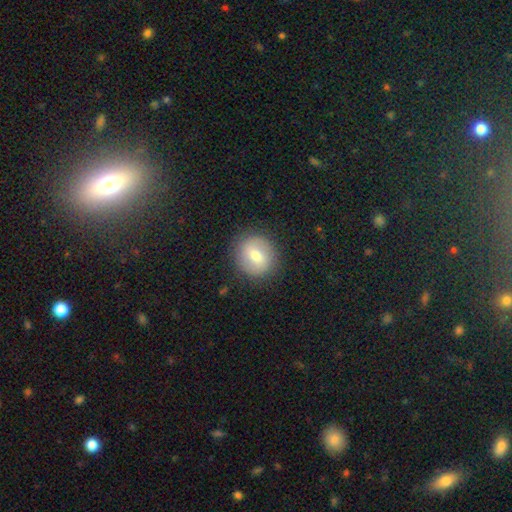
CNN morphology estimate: smooth_or_featured: smooth (p=0.63) [alt: featured or disk p=0.29]
how_rounded: round (p=0.81) [alt: in between p=0.18]
merging: none (p=0.87) [alt: minor disturbance p=0.09]